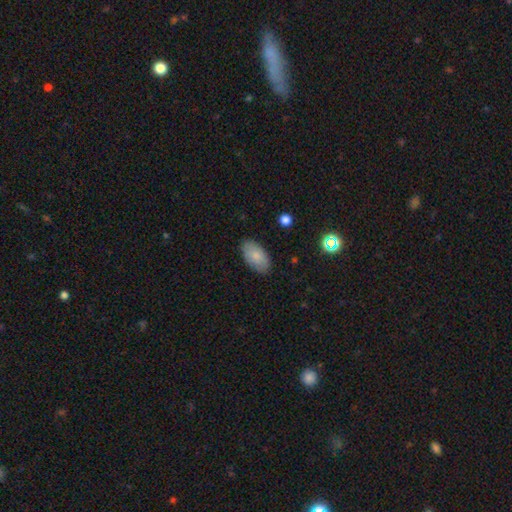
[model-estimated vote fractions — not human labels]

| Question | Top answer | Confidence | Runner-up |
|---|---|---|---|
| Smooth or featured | smooth | 82% | featured or disk (11%) |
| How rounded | in between | 94% | round (4%) |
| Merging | none | 85% | minor disturbance (12%) |